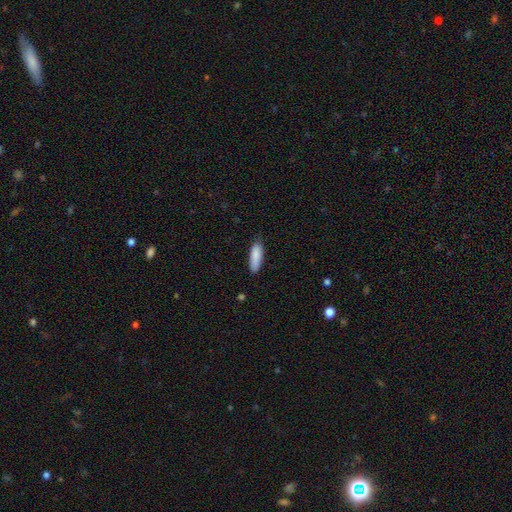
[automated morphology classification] type=smooth (88%); roundness=in between (55%); merging=none (79%).